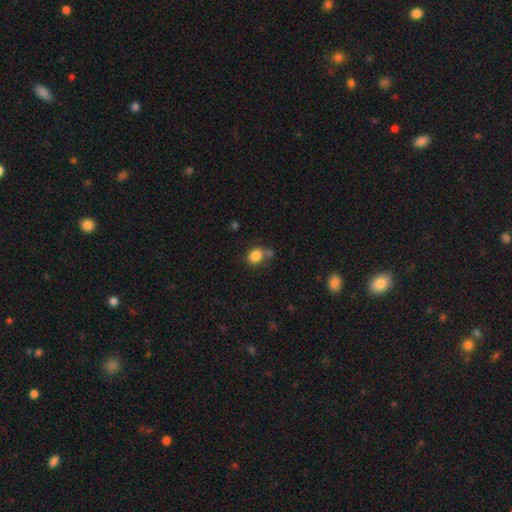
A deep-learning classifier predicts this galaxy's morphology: Smooth or featured? smooth (83%)
How rounded? round (60%)
Merging? none (59%)